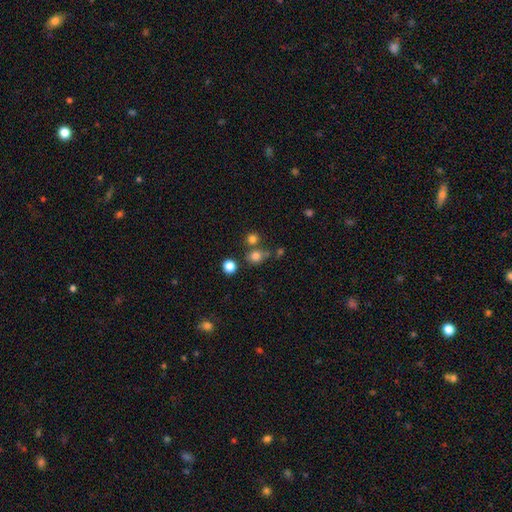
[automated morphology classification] The model was most divided on "merging": none: 61%, merger: 20%, minor disturbance: 13%, major disturbance: 6%. More confident: smooth or featured — smooth (77%); how rounded — round (77%).